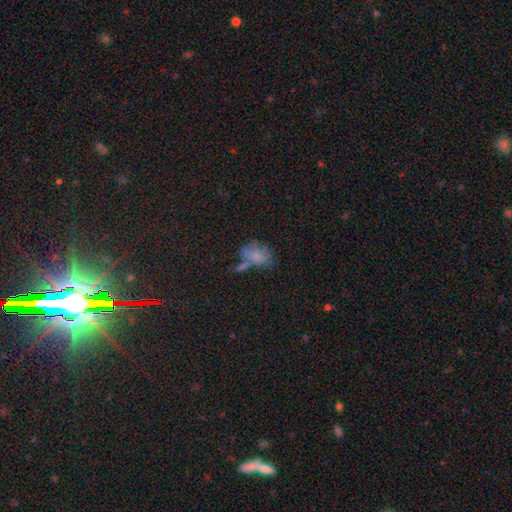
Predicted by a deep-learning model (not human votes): Q: Smooth or featured?
A: smooth (69%); runner-up: featured or disk (19%)
Q: How rounded?
A: in between (83%); runner-up: round (15%)
Q: Merging?
A: none (33%); runner-up: merger (29%)